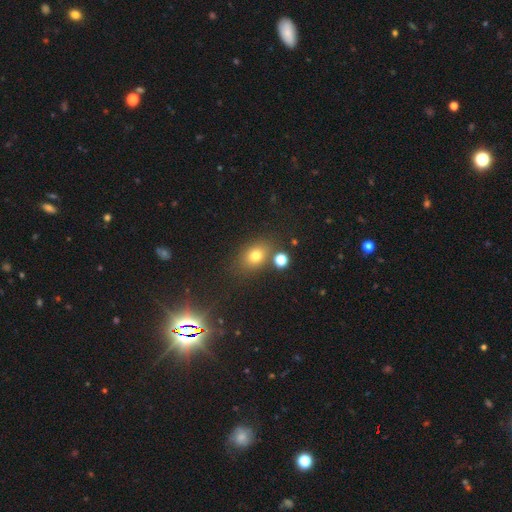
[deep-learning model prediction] A smooth galaxy with no disk features (73%) that is in between round and cigar-shaped (57%). Merging: none (73%).